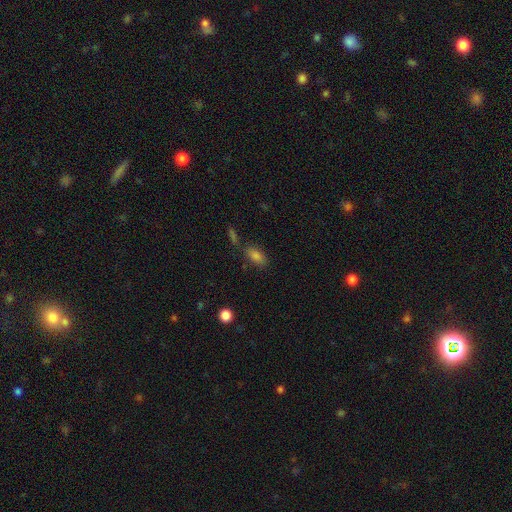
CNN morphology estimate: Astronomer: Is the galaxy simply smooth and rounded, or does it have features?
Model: smooth — 74%.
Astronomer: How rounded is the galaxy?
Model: in between — 85%.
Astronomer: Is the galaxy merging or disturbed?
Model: none — 72%.